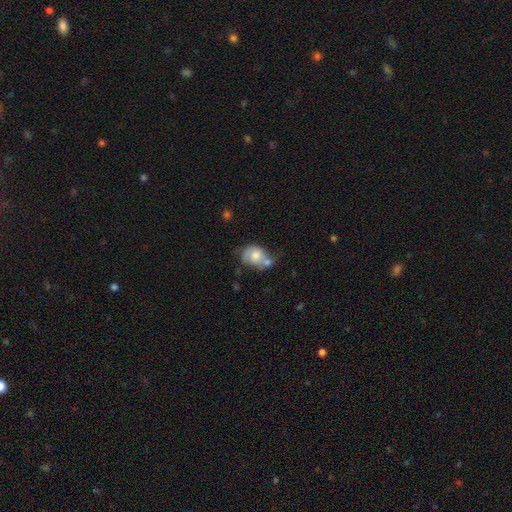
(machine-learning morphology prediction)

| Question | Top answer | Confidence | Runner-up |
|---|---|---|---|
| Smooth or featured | smooth | 62% | featured or disk (30%) |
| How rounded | in between | 54% | round (45%) |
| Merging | merger | 41% | none (27%) |